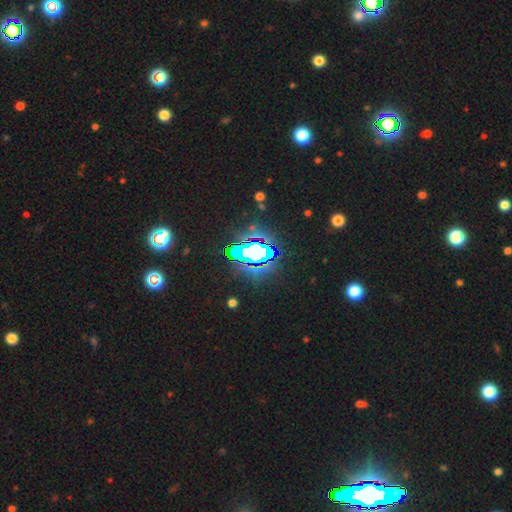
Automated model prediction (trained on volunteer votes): This appears to be a star or artifact, not a galaxy (68%).